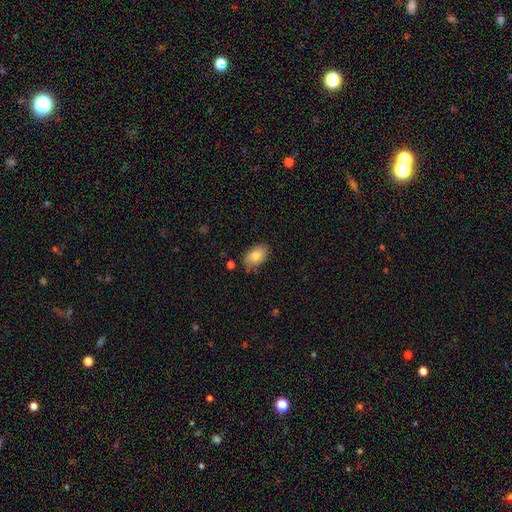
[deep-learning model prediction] Smooth or featured: smooth — 83% (featured or disk — 10%)
How rounded: in between — 91% (round — 8%)
Merging: none — 77% (minor disturbance — 17%)